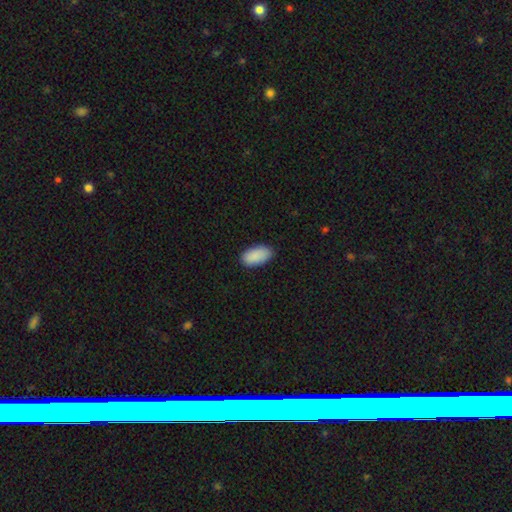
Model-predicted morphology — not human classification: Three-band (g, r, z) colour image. It shows a smooth galaxy with no disk features (90%) that is in between round and cigar-shaped (95%). Merging: none (87%).